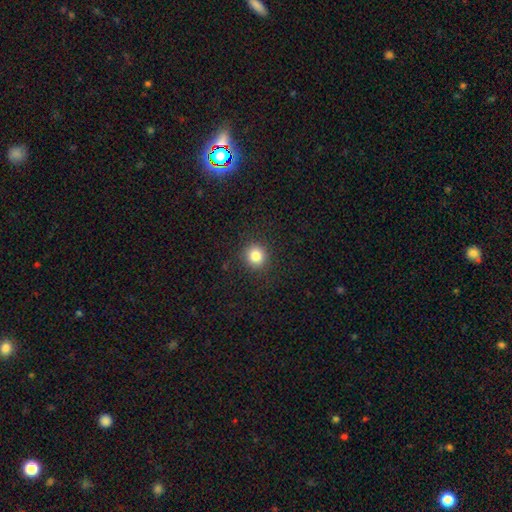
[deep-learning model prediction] smooth_or_featured: smooth (p=0.83) [alt: star or artifact p=0.11]
how_rounded: round (p=0.91) [alt: in between p=0.08]
merging: none (p=0.90) [alt: minor disturbance p=0.06]